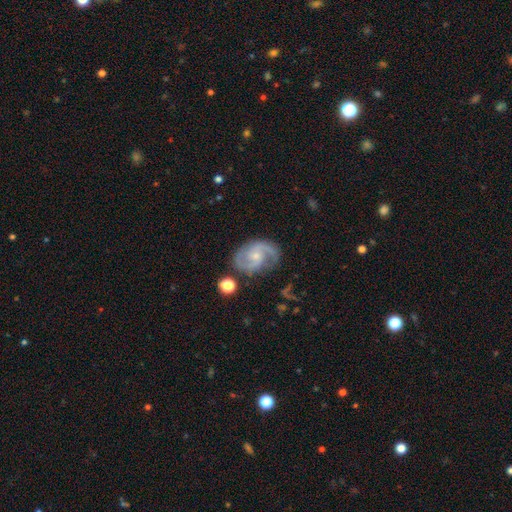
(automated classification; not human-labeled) featured or disk 86%, smooth 8%, star or artifact 5%. Down the decision tree: edge-on disk — no (98%); bar — no (54%); spiral arms — yes (97%); spiral arm count — 2 (88%); spiral winding — medium (56%); bulge size — small (64%); merging — none (74%).